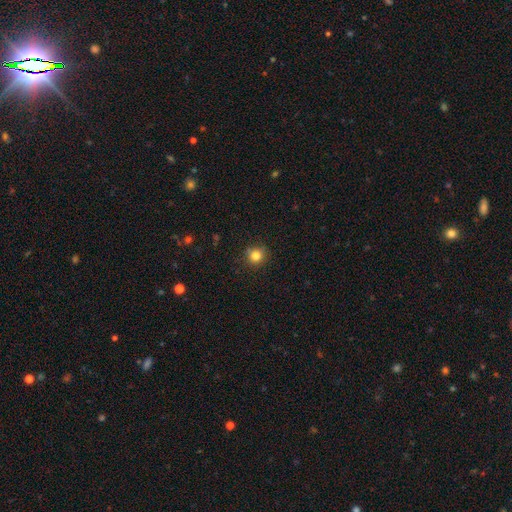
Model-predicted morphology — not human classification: The model was most divided on "smooth or featured": smooth: 82%, star or artifact: 12%, featured or disk: 6%. More confident: how rounded — round (91%); merging — none (87%).